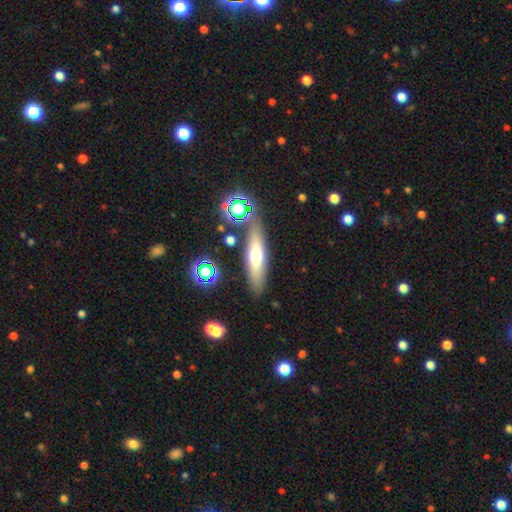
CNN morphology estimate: Smooth or featured? Predicted: smooth (p=0.54). How rounded? Predicted: cigar-shaped (p=0.66). Merging? Predicted: none (p=0.80).